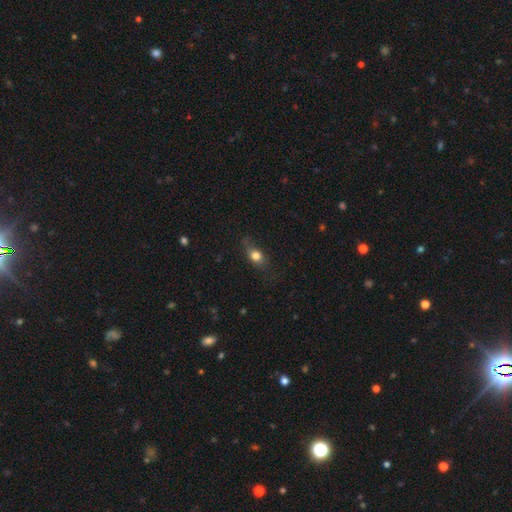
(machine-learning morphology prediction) Smooth or featured? smooth (76%)
How rounded? in between (61%)
Merging? none (59%)